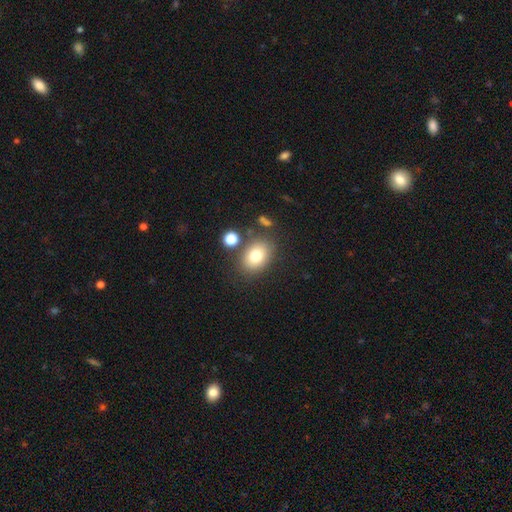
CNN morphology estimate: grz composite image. It shows a smooth galaxy with no disk features (78%) that is in between round and cigar-shaped (66%). Merging: none (76%).